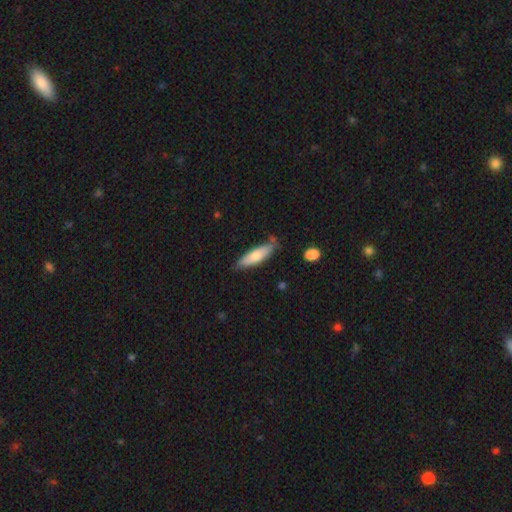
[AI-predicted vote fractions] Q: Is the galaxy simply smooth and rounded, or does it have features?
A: smooth — 73%.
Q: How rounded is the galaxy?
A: cigar-shaped — 62%.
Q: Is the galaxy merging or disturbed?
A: none — 71%.